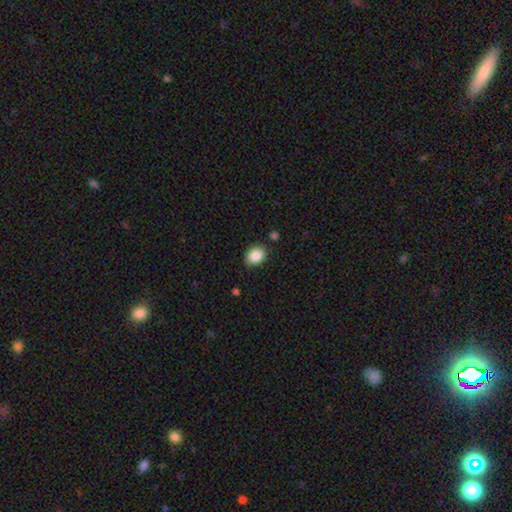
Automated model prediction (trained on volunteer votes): Overall: smooth (88%). How rounded: in between (61%; round 38%). Merging: none (86%).